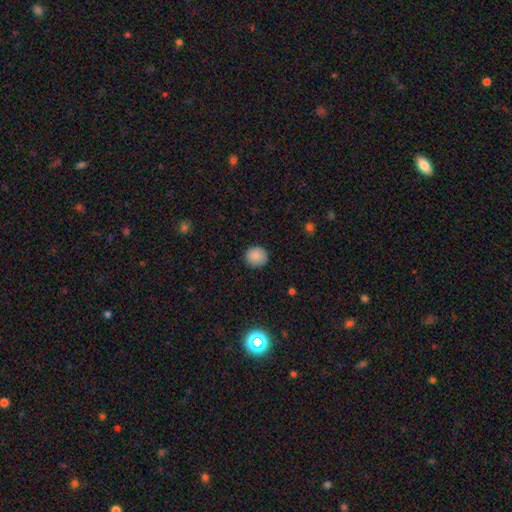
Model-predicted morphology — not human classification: The model was most divided on "smooth or featured": smooth: 86%, star or artifact: 9%, featured or disk: 5%. More confident: how rounded — round (90%); merging — none (89%).